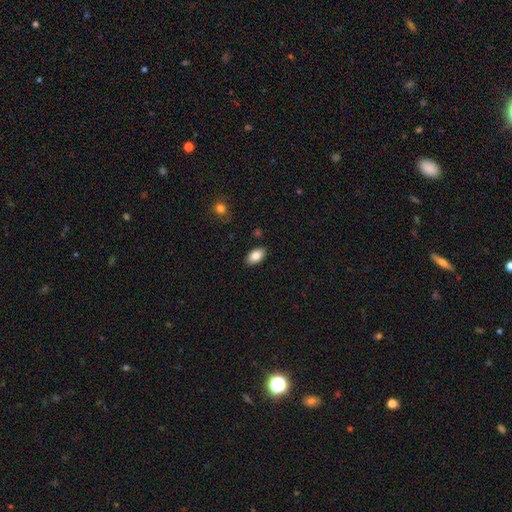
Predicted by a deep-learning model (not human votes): Q: Smooth or featured?
A: smooth (84%); runner-up: featured or disk (9%)
Q: How rounded?
A: in between (94%); runner-up: round (4%)
Q: Merging?
A: none (87%); runner-up: minor disturbance (9%)